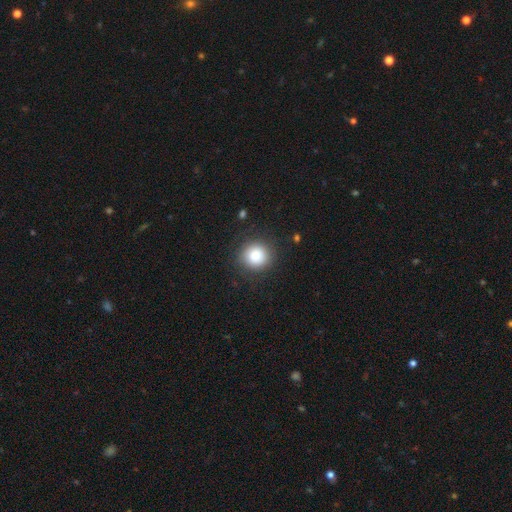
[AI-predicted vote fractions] A smooth galaxy with no disk features (82%) that is round (93%).

Vote fractions:
- Smooth or featured? smooth: 82% / star or artifact: 10% / featured or disk: 9%
- How rounded? round: 93% / in between: 6% / cigar-shaped: 1%
- Merging? none: 86% / minor disturbance: 9% / major disturbance: 4% / merger: 1%